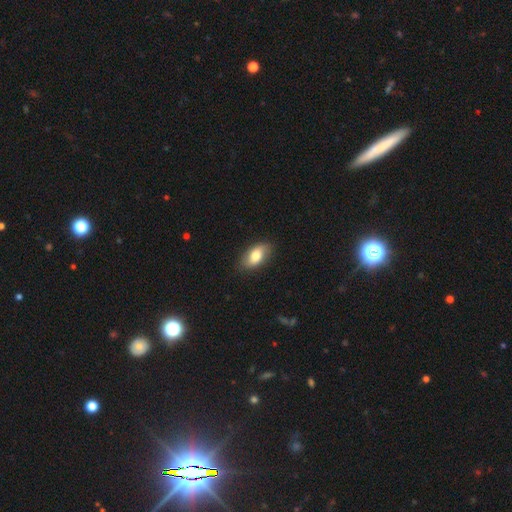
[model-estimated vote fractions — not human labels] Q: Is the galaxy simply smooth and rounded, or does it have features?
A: smooth — 76%.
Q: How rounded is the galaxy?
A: in between — 91%.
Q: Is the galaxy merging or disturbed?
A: none — 85%.